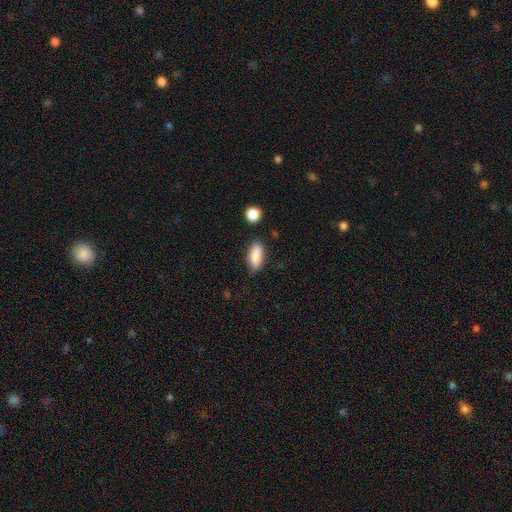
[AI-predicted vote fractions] A smooth galaxy with no disk features (86%) that is in between round and cigar-shaped (81%). Merging: none (77%).